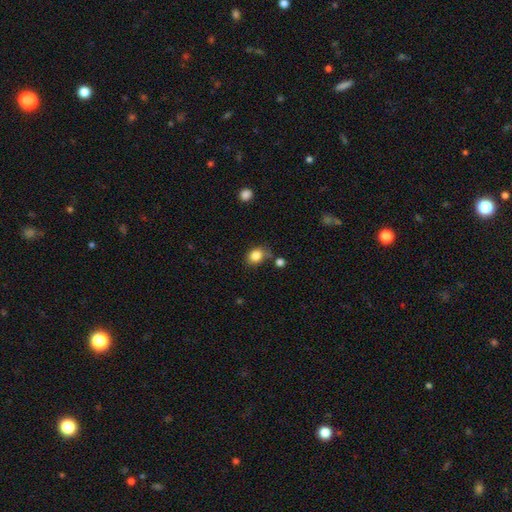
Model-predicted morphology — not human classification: Overall: smooth (85%). How rounded: round (50%; in between 49%). Merging: none (68%).